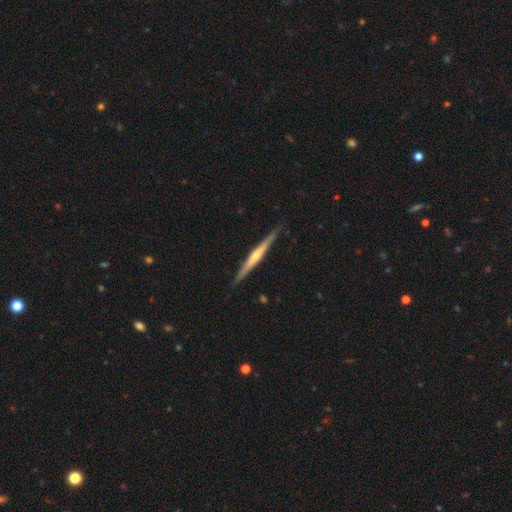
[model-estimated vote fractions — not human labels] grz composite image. It shows a featured or disk galaxy (67%) viewed edge-on (98%) with a rounded central bulge (52%). Merging: none (88%).